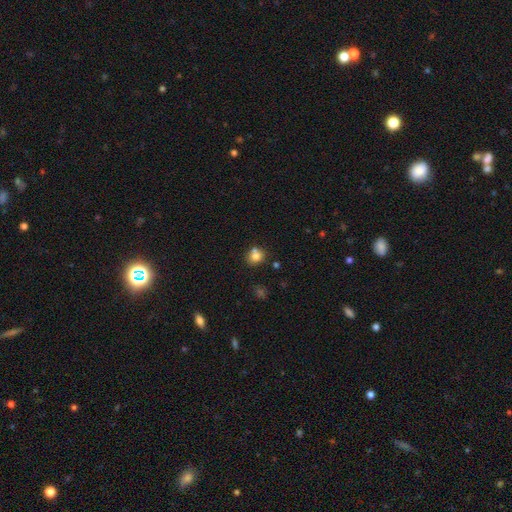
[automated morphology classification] smooth-or-featured: smooth: 78% | star or artifact: 12% | featured or disk: 10%
  how-rounded: round: 77% | in between: 22% | cigar-shaped: 1%
  merging: none: 57% | merger: 27% | minor disturbance: 12% | major disturbance: 4%